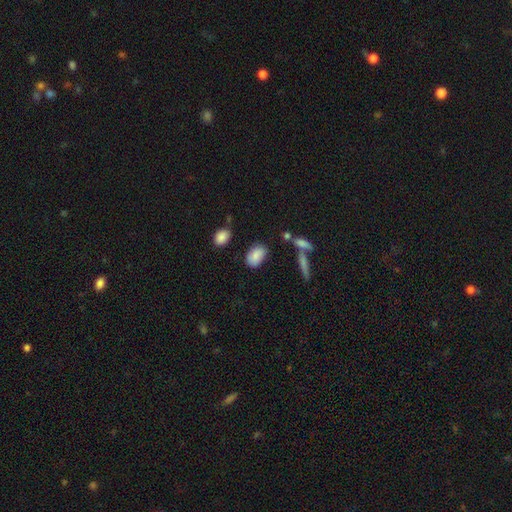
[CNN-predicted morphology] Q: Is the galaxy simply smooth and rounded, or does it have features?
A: smooth — 85%.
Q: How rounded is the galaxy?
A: in between — 90%.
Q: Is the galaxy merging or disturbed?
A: none — 77%.